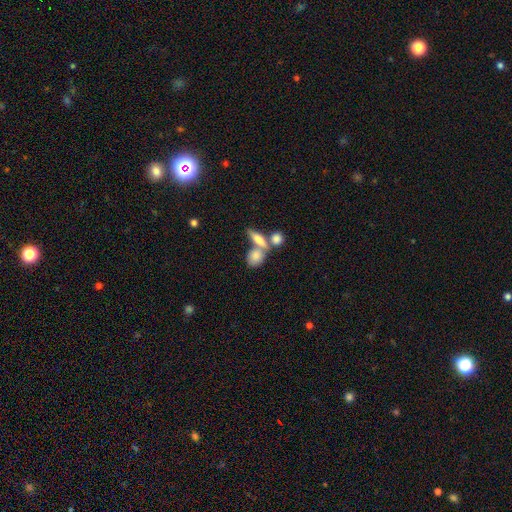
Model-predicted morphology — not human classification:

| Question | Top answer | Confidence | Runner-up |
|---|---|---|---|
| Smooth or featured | smooth | 77% | featured or disk (16%) |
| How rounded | in between | 59% | round (28%) |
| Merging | merger | 48% | none (37%) |